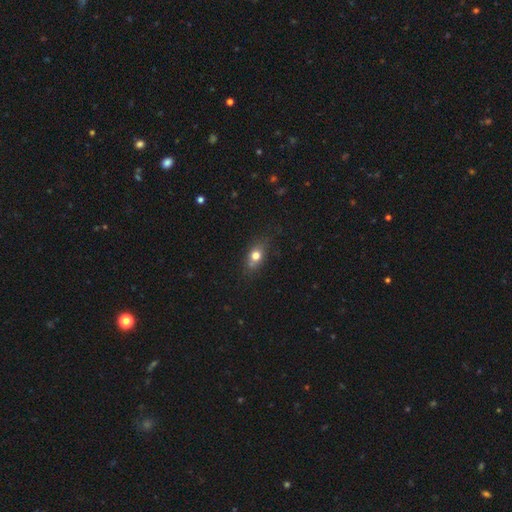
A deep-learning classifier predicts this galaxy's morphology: Smooth or featured? Predicted: smooth (p=0.74). How rounded? Predicted: in between (p=0.64). Merging? Predicted: none (p=0.70).